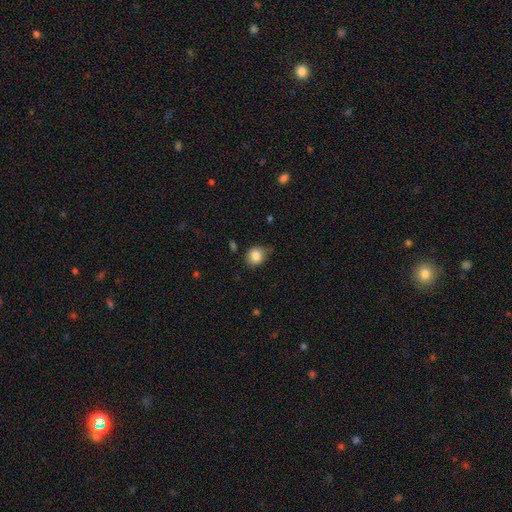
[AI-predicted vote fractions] This is clearly a smooth galaxy (83%). How rounded: likely round (65%). Merging: likely none (69%).